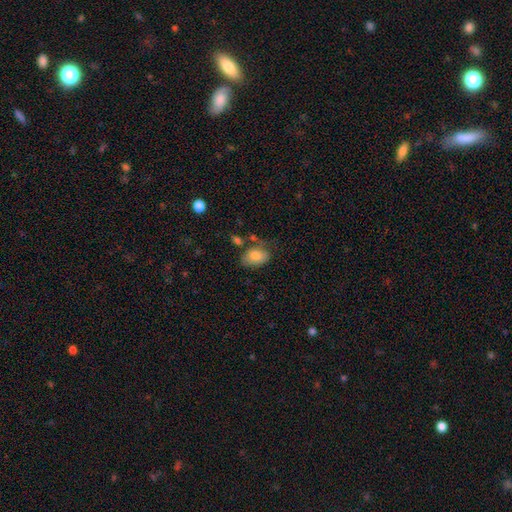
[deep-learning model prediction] Smooth or featured?
  - smooth: 82% *
  - featured or disk: 11%
  - star or artifact: 7%
How rounded?
  - in between: 87% *
  - round: 12%
  - cigar-shaped: 1%
Merging?
  - none: 55% *
  - minor disturbance: 27%
  - major disturbance: 10%
  - merger: 9%